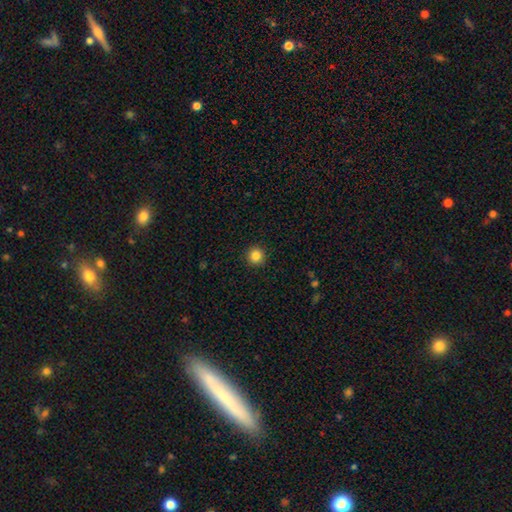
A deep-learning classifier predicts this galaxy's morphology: This appears to be a smooth galaxy with no disk features (84%) that is round (96%). Merging: none (93%).